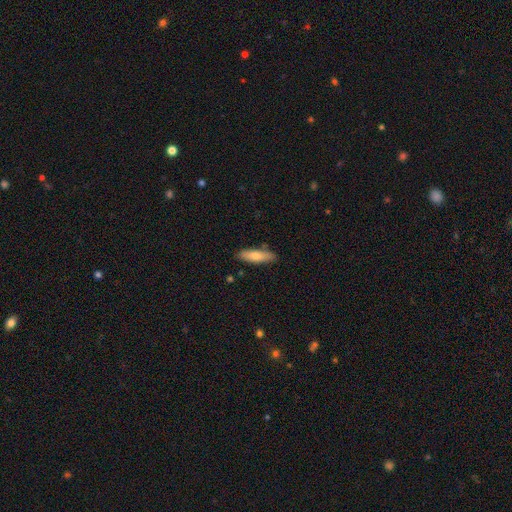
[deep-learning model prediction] Smooth or featured? smooth (70%)
How rounded? cigar-shaped (57%)
Merging? none (83%)